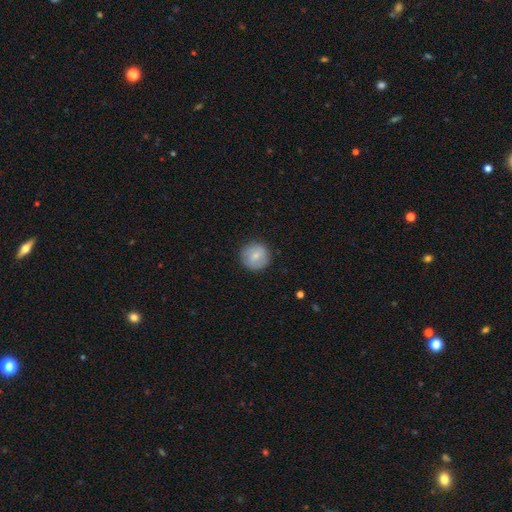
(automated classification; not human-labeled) The model was most divided on "smooth or featured": smooth: 76%, featured or disk: 17%, star or artifact: 7%. More confident: how rounded — round (94%); merging — none (89%).